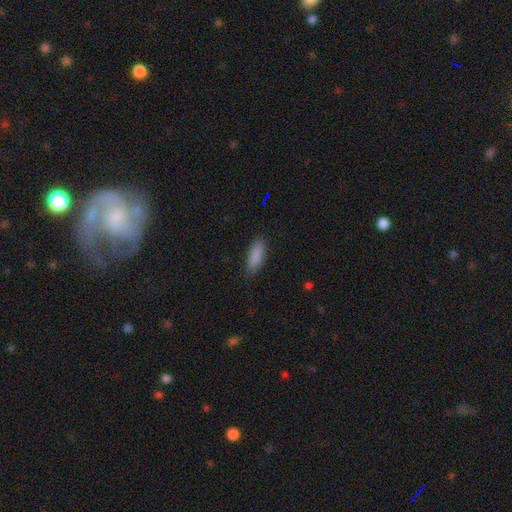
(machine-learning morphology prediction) A smooth galaxy with no disk features (88%) that is in between round and cigar-shaped (64%).

Vote fractions:
- Smooth or featured? smooth: 88% / star or artifact: 7% / featured or disk: 5%
- How rounded? in between: 64% / cigar-shaped: 35% / round: 2%
- Merging? none: 86% / minor disturbance: 11% / major disturbance: 2% / merger: 1%